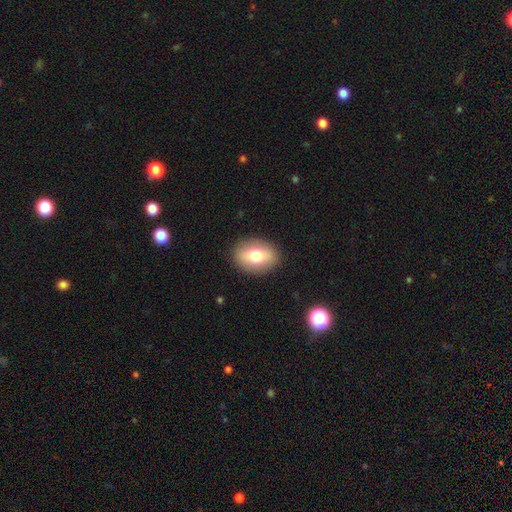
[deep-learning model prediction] Overall: smooth (73%). How rounded: in between (75%). Merging: none (89%).